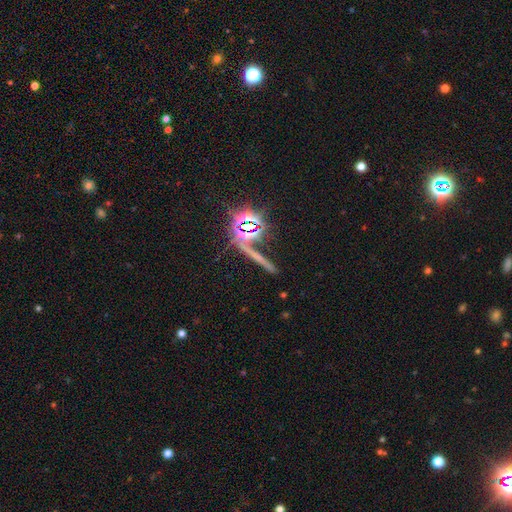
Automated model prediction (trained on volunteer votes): smooth_or_featured: star or artifact (p=0.56) [alt: smooth p=0.23]